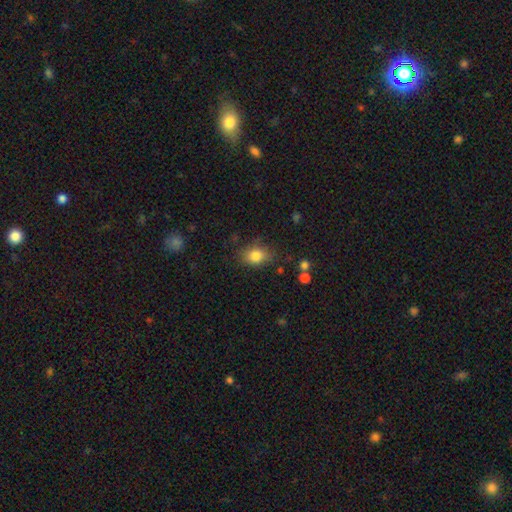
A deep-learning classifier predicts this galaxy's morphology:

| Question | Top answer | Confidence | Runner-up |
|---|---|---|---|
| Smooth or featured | smooth | 83% | star or artifact (9%) |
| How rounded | in between | 63% | round (36%) |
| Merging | none | 75% | minor disturbance (18%) |